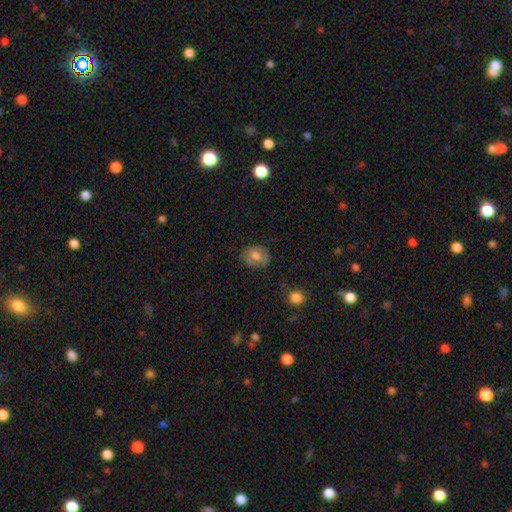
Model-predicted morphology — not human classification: Overall: smooth (70%). How rounded: round (50%; in between 49%). Merging: none (80%).